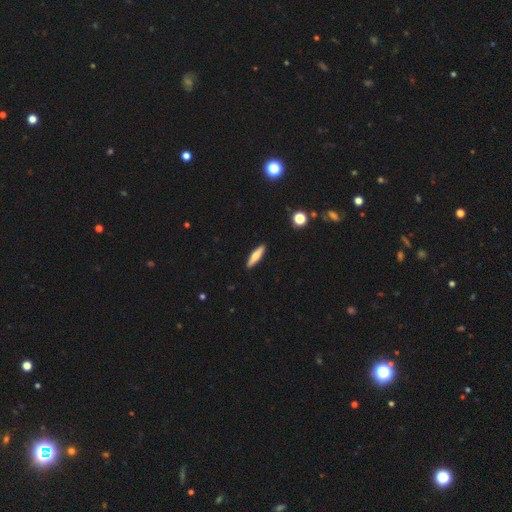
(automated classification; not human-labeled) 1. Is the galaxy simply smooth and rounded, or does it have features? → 61% smooth, 33% featured or disk, 6% star or artifact.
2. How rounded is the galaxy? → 76% cigar-shaped, 22% in between, 2% round.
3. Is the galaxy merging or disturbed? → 91% none, 7% minor disturbance, 1% major disturbance, 1% merger.